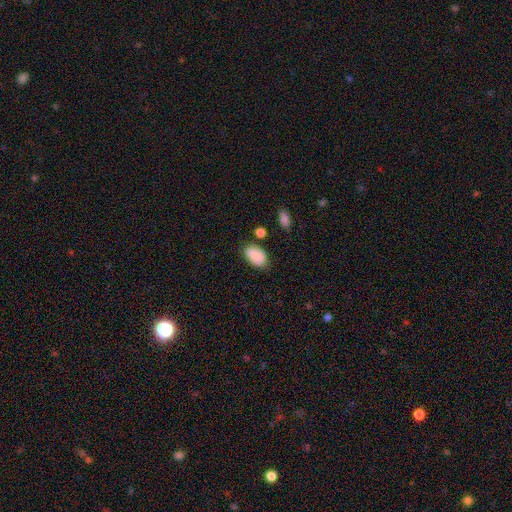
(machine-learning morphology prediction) smooth_or_featured: smooth (p=0.88) [alt: star or artifact p=0.07]
how_rounded: in between (p=0.91) [alt: round p=0.08]
merging: none (p=0.73) [alt: minor disturbance p=0.18]